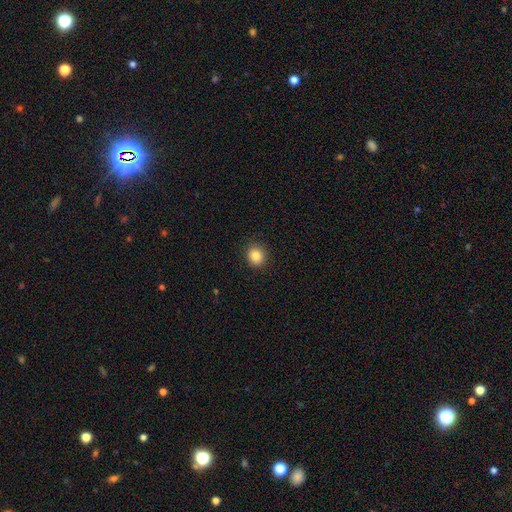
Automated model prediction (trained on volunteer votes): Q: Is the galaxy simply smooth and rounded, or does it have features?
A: smooth — 84%.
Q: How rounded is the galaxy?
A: round — 82%.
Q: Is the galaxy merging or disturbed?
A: none — 90%.